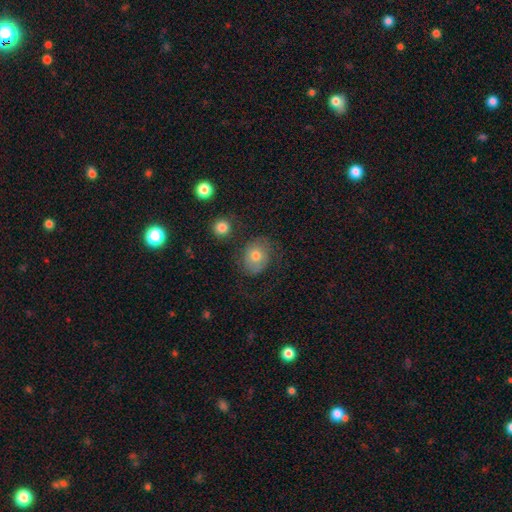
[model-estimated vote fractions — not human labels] smooth_or_featured: smooth (p=0.66) [alt: featured or disk p=0.24]
how_rounded: round (p=0.59) [alt: in between p=0.40]
merging: none (p=0.62) [alt: minor disturbance p=0.21]